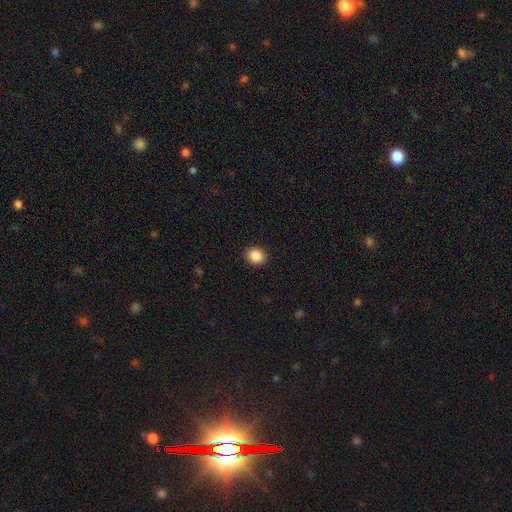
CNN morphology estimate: A smooth galaxy with no disk features (88%) that is round (80%). Merging: none (91%).